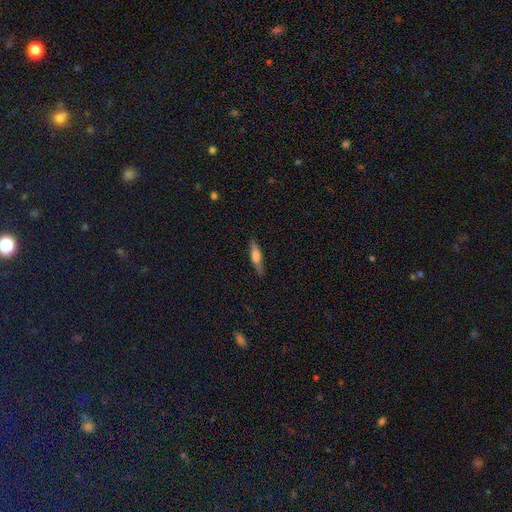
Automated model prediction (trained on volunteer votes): The model was most divided on "smooth or featured": smooth: 54%, featured or disk: 40%, star or artifact: 6%. More confident: merging — none (84%); how rounded — cigar-shaped (77%).